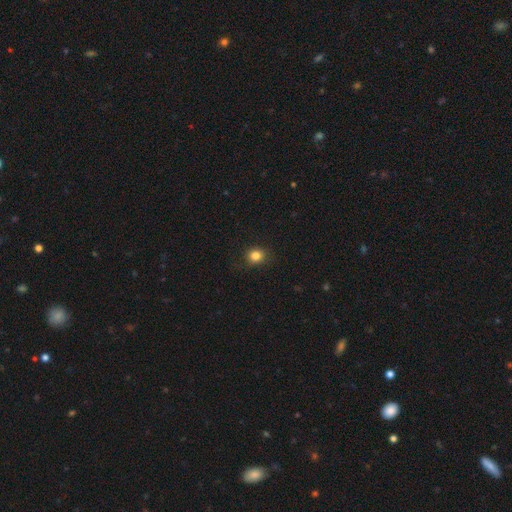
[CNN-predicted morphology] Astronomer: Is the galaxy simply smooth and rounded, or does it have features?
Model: smooth — 83%.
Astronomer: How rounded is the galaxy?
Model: round — 77%.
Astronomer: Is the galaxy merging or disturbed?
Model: none — 86%.